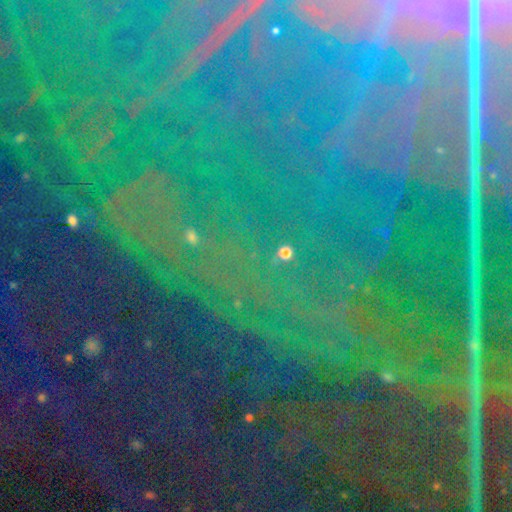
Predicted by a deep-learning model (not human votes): smooth-or-featured: star or artifact: 84% | featured or disk: 9% | smooth: 7%